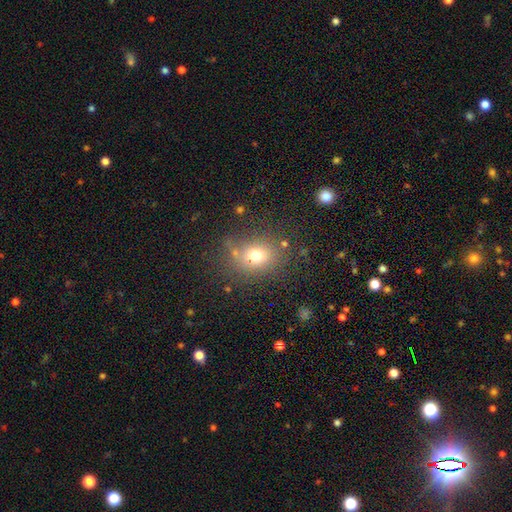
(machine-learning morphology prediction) smooth 69%, star or artifact 17%, featured or disk 13%. Down the decision tree: how rounded — round (59%); merging — none (71%).